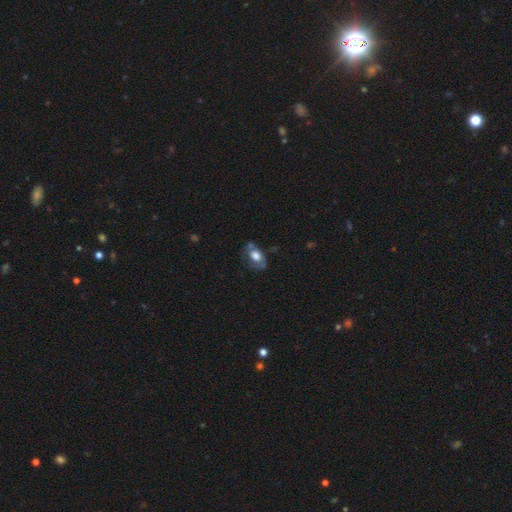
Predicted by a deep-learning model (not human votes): The model was most divided on "smooth or featured": smooth: 55%, featured or disk: 37%, star or artifact: 8%. Remaining: how rounded — in between (84%); merging — none (48%).